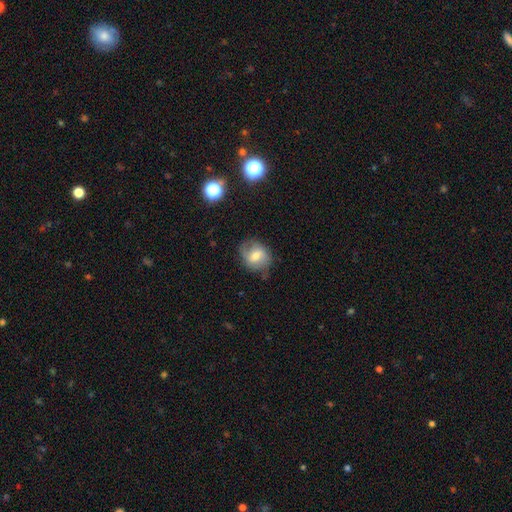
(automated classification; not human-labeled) A smooth galaxy with no disk features (48%).

Vote fractions:
- Smooth or featured? smooth: 48% / featured or disk: 43% / star or artifact: 9%
- Merging? none: 65% / minor disturbance: 24% / major disturbance: 9% / merger: 2%